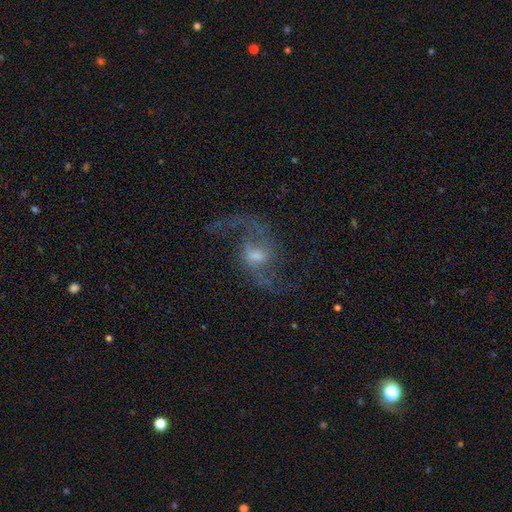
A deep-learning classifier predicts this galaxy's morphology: type=featured or disk (87%); edge-on=no (97%); bar=weak (53%); spiral arms=yes (96%); winding=loose (70%); arm count=2 (92%); bulge=moderate (48%); merging=none (70%).